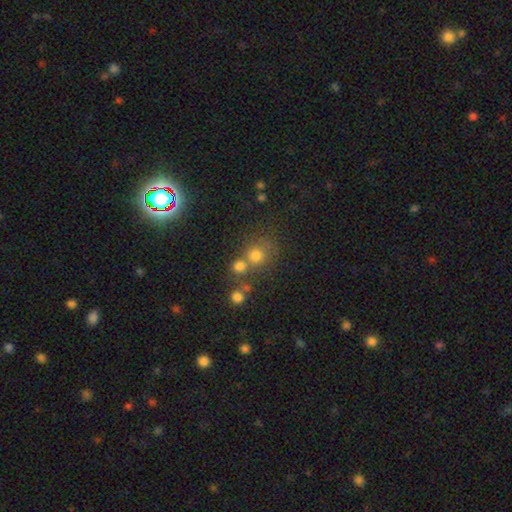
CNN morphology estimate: This appears to be a smooth galaxy with no disk features (68%) that is round (84%). Merging: none (51%).